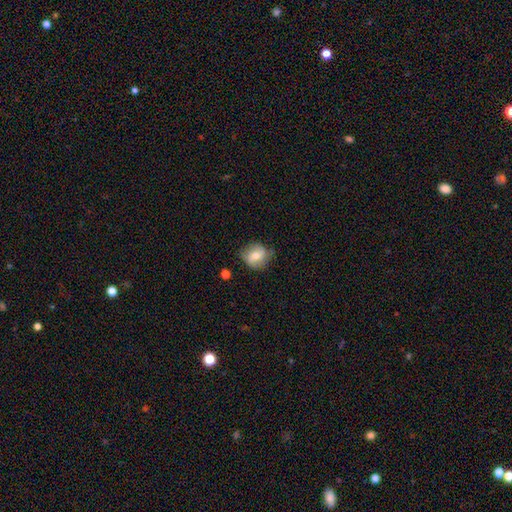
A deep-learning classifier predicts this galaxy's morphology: The model was most divided on "smooth or featured": smooth: 60%, featured or disk: 32%, star or artifact: 8%. More confident: how rounded — round (78%); merging — none (68%).